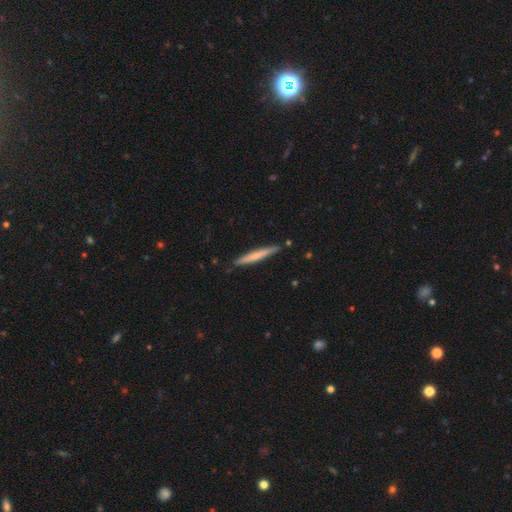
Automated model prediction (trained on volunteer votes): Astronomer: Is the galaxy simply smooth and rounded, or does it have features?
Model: smooth — 60% (runner-up: featured or disk, 35%).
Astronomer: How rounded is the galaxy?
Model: cigar-shaped — 96%.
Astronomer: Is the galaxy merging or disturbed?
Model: none — 89%.